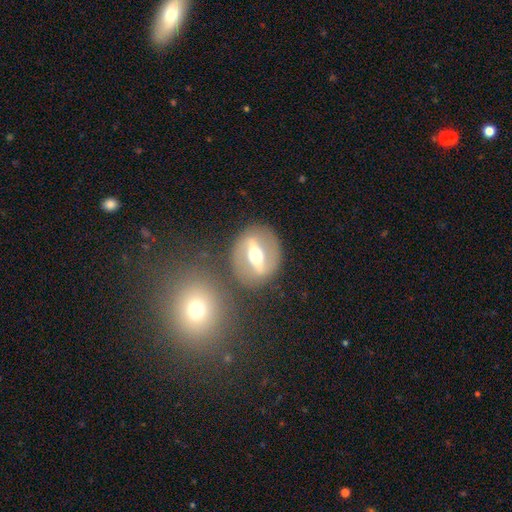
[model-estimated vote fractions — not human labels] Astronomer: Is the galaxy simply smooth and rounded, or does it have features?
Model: featured or disk — 75%.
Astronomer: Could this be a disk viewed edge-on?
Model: no — 80%.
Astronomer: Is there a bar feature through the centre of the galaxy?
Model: strong — 77%.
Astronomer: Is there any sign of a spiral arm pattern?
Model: no — 59% (runner-up: yes, 41%).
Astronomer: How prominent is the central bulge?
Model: moderate — 73%.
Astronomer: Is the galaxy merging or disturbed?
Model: none — 78%.